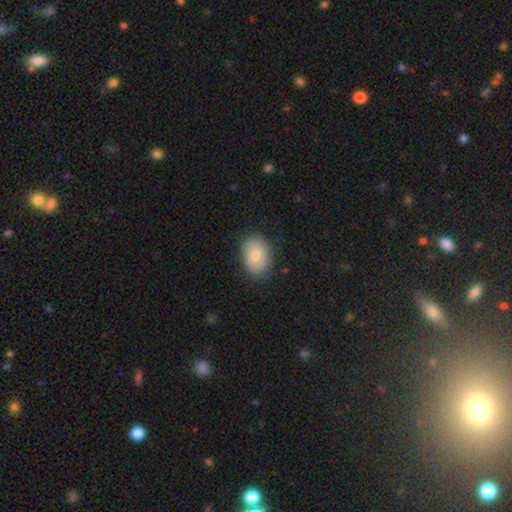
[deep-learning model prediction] Overall: smooth (78%). How rounded: in between (74%). Merging: none (80%).